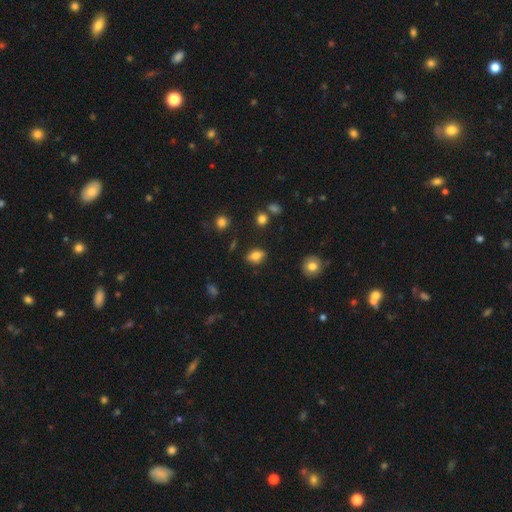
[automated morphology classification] A smooth galaxy with no disk features (73%) that is in between round and cigar-shaped (79%).

Vote fractions:
- Smooth or featured? smooth: 73% / featured or disk: 17% / star or artifact: 10%
- How rounded? in between: 79% / round: 16% / cigar-shaped: 5%
- Merging? none: 80% / minor disturbance: 13% / major disturbance: 3% / merger: 3%